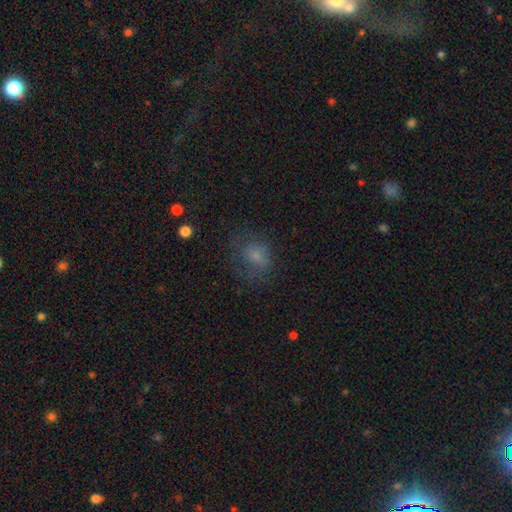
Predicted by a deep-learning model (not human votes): This appears to be a smooth galaxy with no disk features (65%) that is round (54%). Merging: none (57%).